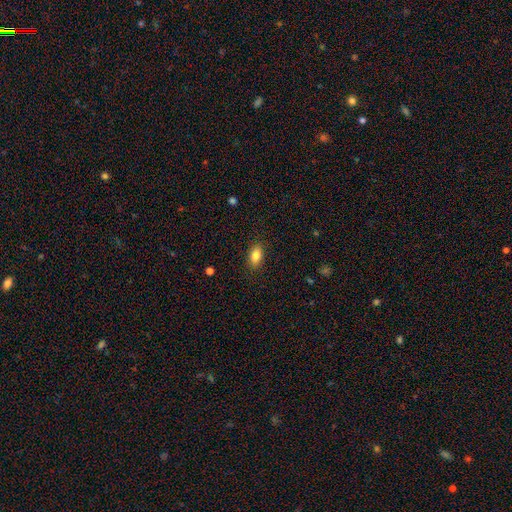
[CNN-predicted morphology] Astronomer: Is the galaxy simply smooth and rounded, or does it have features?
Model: smooth — 84%.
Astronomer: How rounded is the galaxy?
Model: in between — 89%.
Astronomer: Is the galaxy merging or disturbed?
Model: none — 87%.